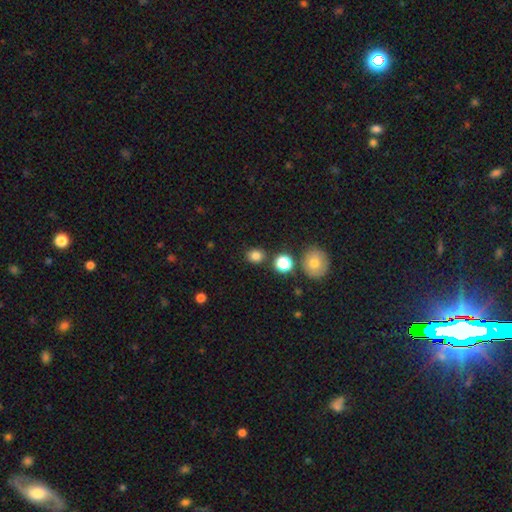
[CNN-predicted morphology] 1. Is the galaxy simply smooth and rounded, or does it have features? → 80% smooth, 14% star or artifact, 5% featured or disk.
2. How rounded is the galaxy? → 72% round, 27% in between, 1% cigar-shaped.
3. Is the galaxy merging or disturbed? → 82% none, 9% minor disturbance, 6% merger, 3% major disturbance.